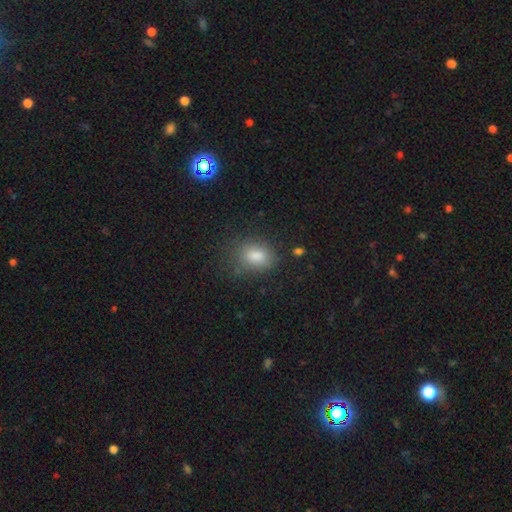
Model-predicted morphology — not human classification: smooth 80%, star or artifact 13%, featured or disk 7%. Down the decision tree: how rounded — in between (72%); merging — none (71%).